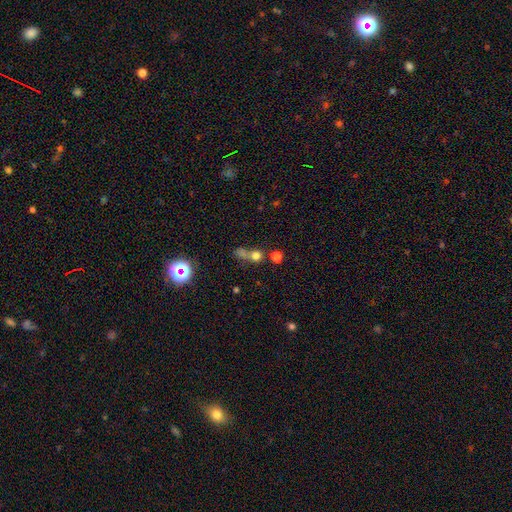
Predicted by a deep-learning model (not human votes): Q: Smooth or featured?
A: smooth (64%); runner-up: star or artifact (24%)
Q: How rounded?
A: round (81%); runner-up: in between (16%)
Q: Merging?
A: merger (44%); runner-up: none (38%)